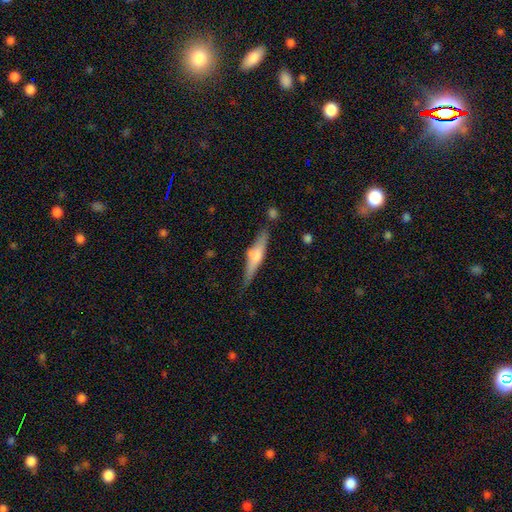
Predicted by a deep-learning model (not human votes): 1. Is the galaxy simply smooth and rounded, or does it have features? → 52% featured or disk, 41% smooth, 7% star or artifact.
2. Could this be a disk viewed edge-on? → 95% yes, 5% no.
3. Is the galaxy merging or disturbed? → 75% none, 17% minor disturbance, 4% major disturbance, 4% merger.